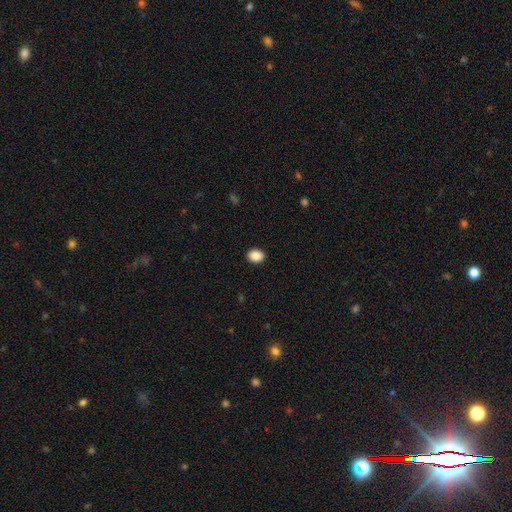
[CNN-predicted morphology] The model was most divided on "how rounded": in between: 52%, round: 47%, cigar-shaped: 1%. More confident: merging — none (91%); smooth or featured — smooth (89%).